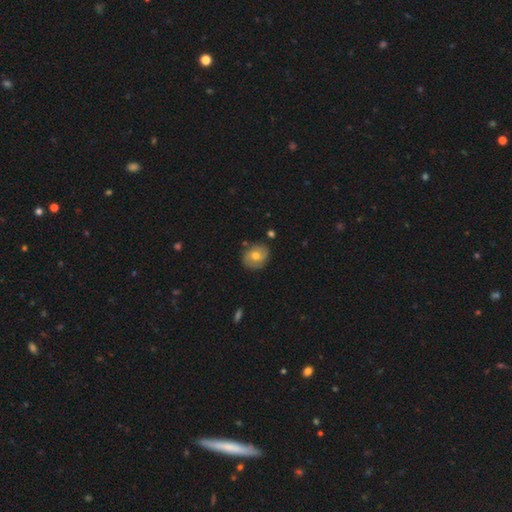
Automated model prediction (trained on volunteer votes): smooth-or-featured: smooth: 54% | featured or disk: 38% | star or artifact: 8%
  how-rounded: round: 64% | in between: 35% | cigar-shaped: 1%
  merging: none: 79% | minor disturbance: 15% | major disturbance: 3% | merger: 3%